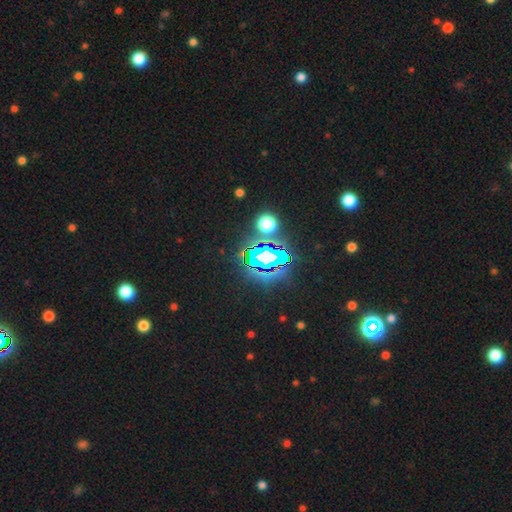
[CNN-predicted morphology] Smooth or featured? star or artifact (83%)